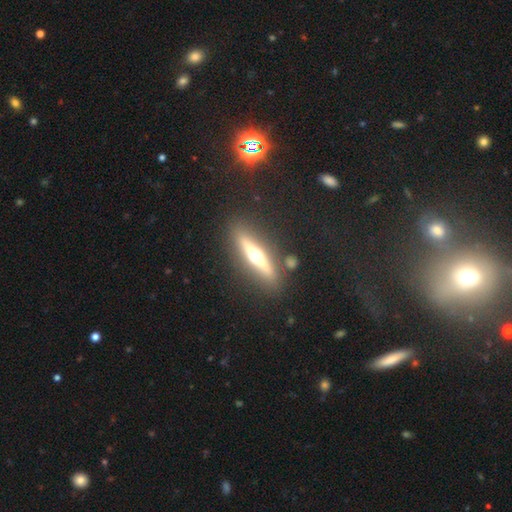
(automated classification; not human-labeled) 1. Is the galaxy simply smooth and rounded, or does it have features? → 72% featured or disk, 21% smooth, 7% star or artifact.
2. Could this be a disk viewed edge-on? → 94% yes, 6% no.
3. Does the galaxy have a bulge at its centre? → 96% rounded, 2% boxy, 2% none.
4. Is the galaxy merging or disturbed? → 86% none, 8% minor disturbance, 3% merger, 3% major disturbance.